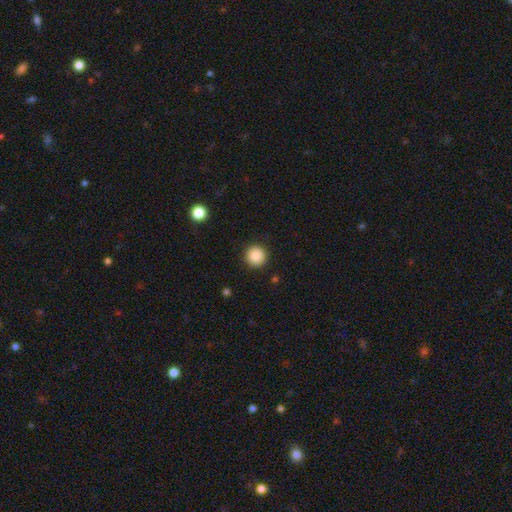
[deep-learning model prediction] Overall: smooth (88%). How rounded: round (95%). Merging: none (92%).